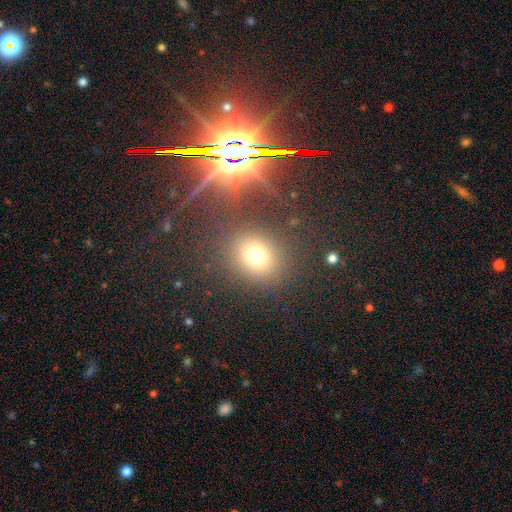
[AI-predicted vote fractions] The model was most divided on "how rounded": round: 73%, in between: 26%, cigar-shaped: 1%. More confident: merging — none (80%); smooth or featured — smooth (70%).